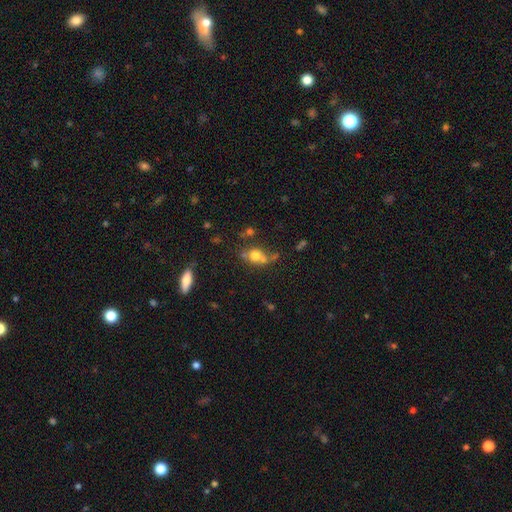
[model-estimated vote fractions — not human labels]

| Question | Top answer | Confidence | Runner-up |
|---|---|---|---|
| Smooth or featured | smooth | 68% | featured or disk (16%) |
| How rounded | round | 67% | in between (30%) |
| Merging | none | 46% | merger (32%) |